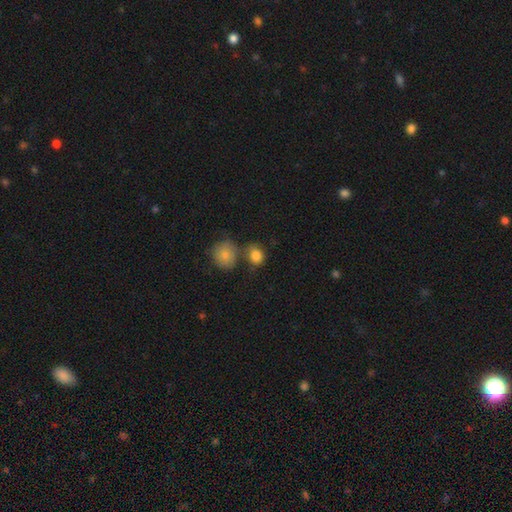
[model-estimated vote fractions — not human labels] A smooth galaxy with no disk features (85%) that is round (59%).

Vote fractions:
- Smooth or featured? smooth: 85% / star or artifact: 9% / featured or disk: 6%
- How rounded? round: 59% / in between: 40% / cigar-shaped: 1%
- Merging? none: 54% / merger: 27% / minor disturbance: 14% / major disturbance: 5%